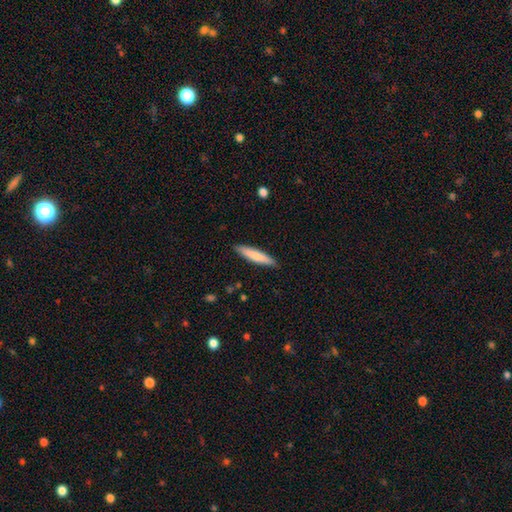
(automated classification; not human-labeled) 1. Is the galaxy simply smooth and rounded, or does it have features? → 78% smooth, 16% featured or disk, 5% star or artifact.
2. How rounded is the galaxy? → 88% cigar-shaped, 11% in between, 1% round.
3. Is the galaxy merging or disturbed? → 89% none, 9% minor disturbance, 2% major disturbance, 1% merger.